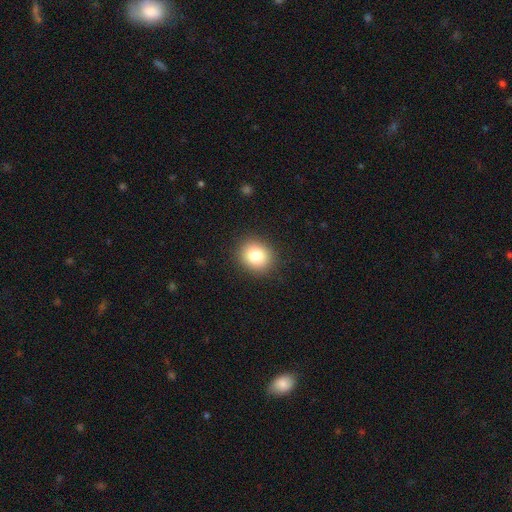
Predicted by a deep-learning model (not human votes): Overall: smooth (82%). How rounded: round (74%). Merging: none (90%).